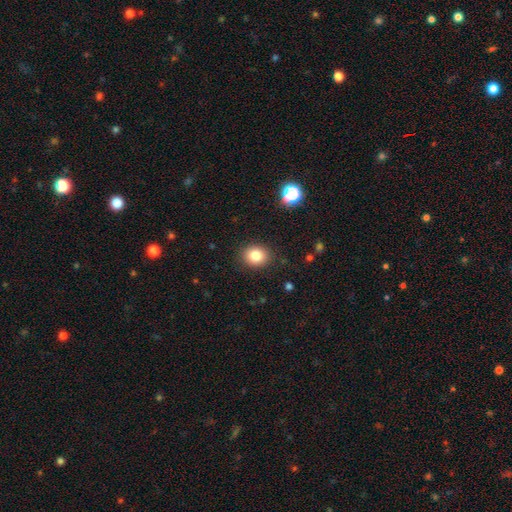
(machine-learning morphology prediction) This is clearly a smooth galaxy (83%). How rounded: likely round (64%). Merging: clearly none (89%).